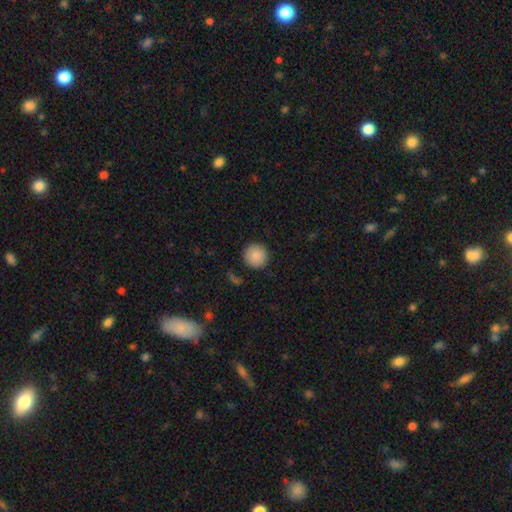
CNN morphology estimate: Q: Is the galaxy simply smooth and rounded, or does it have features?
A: smooth — 88%.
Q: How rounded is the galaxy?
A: round — 95%.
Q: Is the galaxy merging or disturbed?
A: none — 89%.